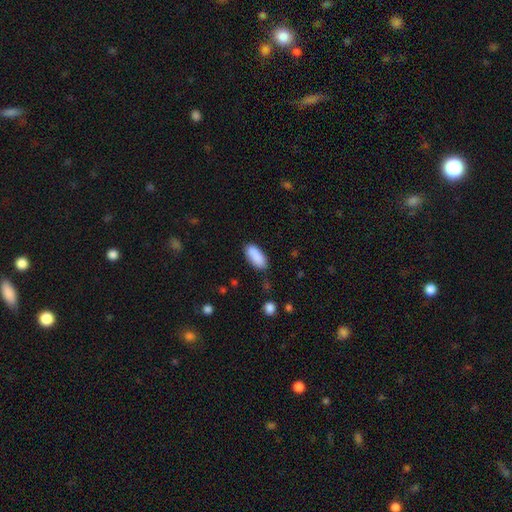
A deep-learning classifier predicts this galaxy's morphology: Q: Smooth or featured?
A: smooth (90%); runner-up: star or artifact (6%)
Q: How rounded?
A: in between (86%); runner-up: cigar-shaped (12%)
Q: Merging?
A: none (81%); runner-up: minor disturbance (13%)